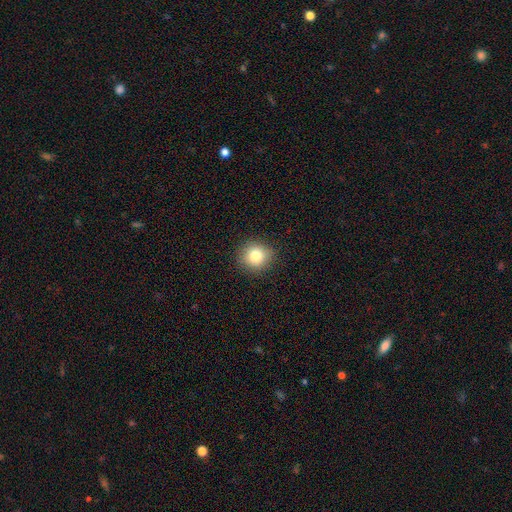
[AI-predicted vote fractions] Q: Smooth or featured?
A: smooth (82%); runner-up: star or artifact (11%)
Q: How rounded?
A: round (87%); runner-up: in between (12%)
Q: Merging?
A: none (90%); runner-up: minor disturbance (7%)